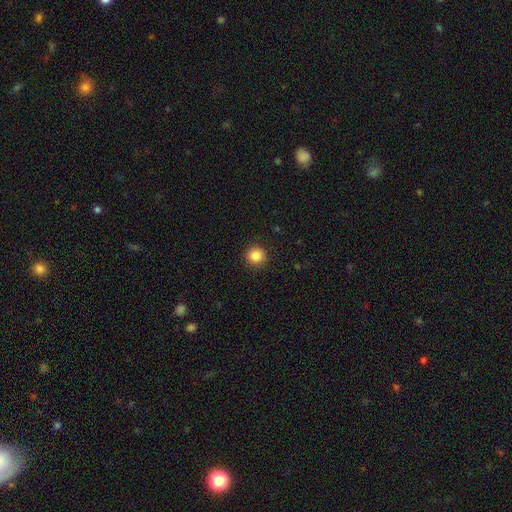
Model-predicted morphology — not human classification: Q: Smooth or featured?
A: smooth (86%); runner-up: star or artifact (10%)
Q: How rounded?
A: round (93%); runner-up: in between (6%)
Q: Merging?
A: none (92%); runner-up: minor disturbance (5%)